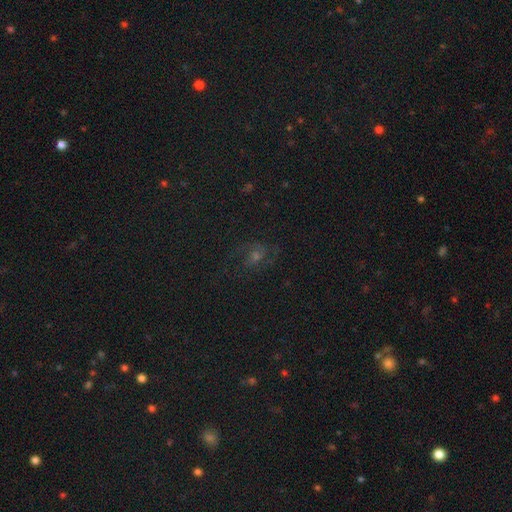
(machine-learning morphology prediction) Smooth or featured? Predicted: featured or disk (p=0.46). Merging? Predicted: none (p=0.71).